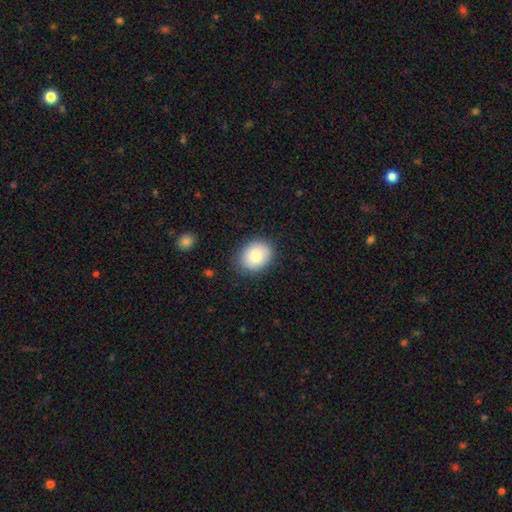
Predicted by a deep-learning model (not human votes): The model was most divided on "how rounded": in between: 50%, round: 49%, cigar-shaped: 1%. More confident: merging — none (85%); smooth or featured — smooth (83%).